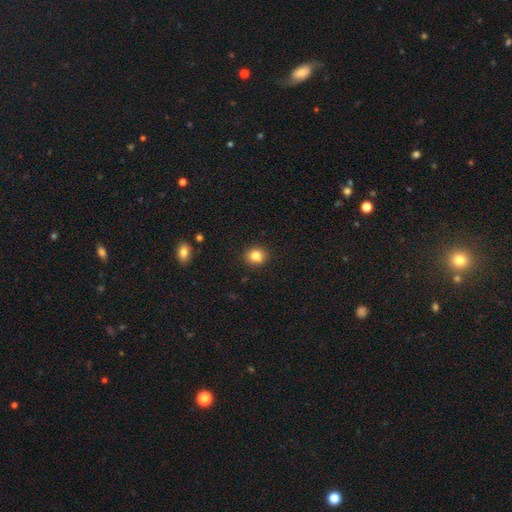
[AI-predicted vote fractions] Smooth or featured?
  - smooth: 82% *
  - star or artifact: 11%
  - featured or disk: 7%
How rounded?
  - round: 77% *
  - in between: 22%
  - cigar-shaped: 1%
Merging?
  - none: 90% *
  - minor disturbance: 7%
  - major disturbance: 2%
  - merger: 1%